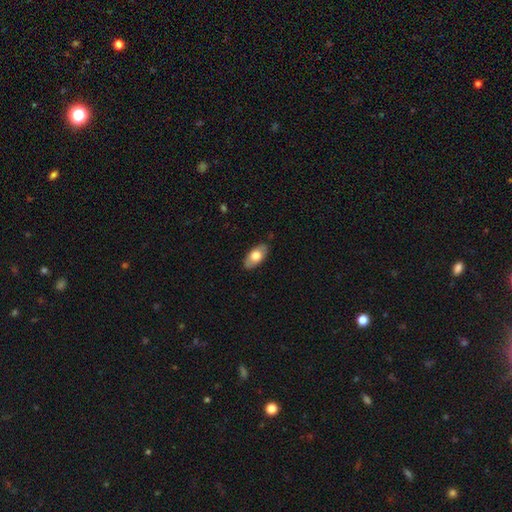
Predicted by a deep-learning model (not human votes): Smooth or featured: smooth — 65% (featured or disk — 29%)
How rounded: in between — 93% (round — 4%)
Merging: none — 85% (minor disturbance — 12%)